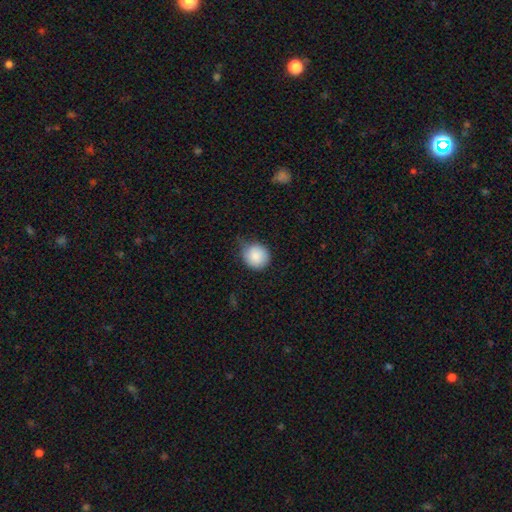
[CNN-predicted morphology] smooth-or-featured: smooth: 86% | star or artifact: 7% | featured or disk: 7%
  how-rounded: round: 89% | in between: 10% | cigar-shaped: 1%
  merging: none: 47% | minor disturbance: 42% | major disturbance: 10% | merger: 2%